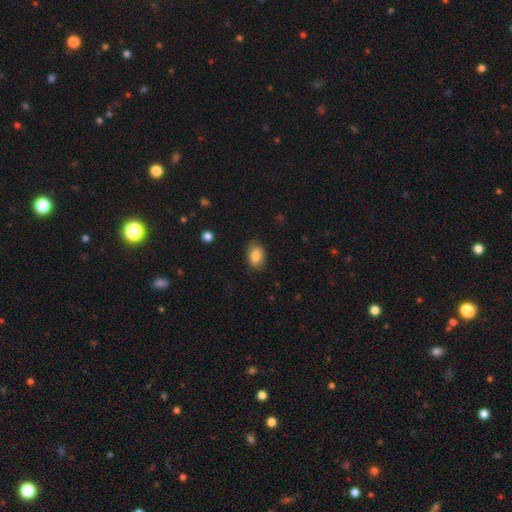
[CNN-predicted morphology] The model was most divided on "merging": none: 83%, minor disturbance: 13%, major disturbance: 3%, merger: 1%. More confident: how rounded — in between (85%); smooth or featured — smooth (84%).